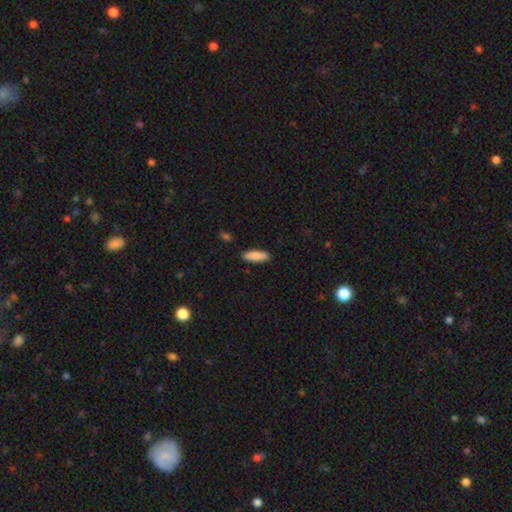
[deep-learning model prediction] This appears to be a smooth galaxy with no disk features (87%) that is in between round and cigar-shaped (64%). Merging: none (88%).